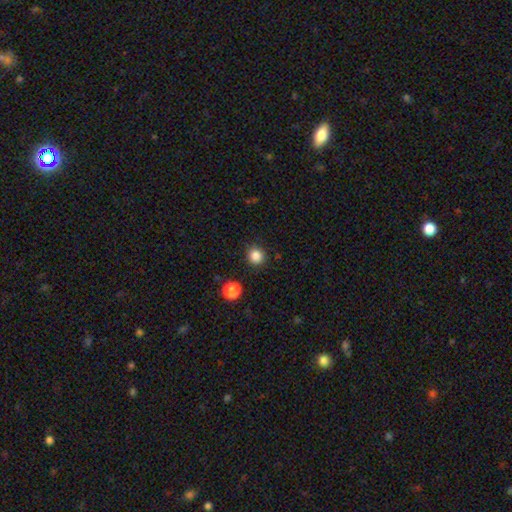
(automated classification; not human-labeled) Morphology: type=smooth (85%); roundness=round (91%); merging=none (88%).